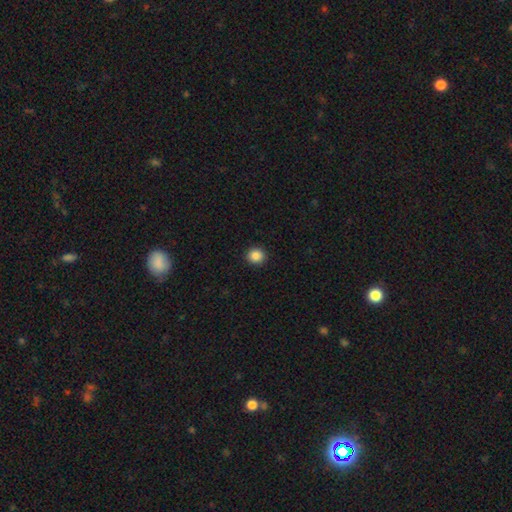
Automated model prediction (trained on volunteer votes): smooth-or-featured: smooth: 86% | star or artifact: 10% | featured or disk: 4%
  how-rounded: round: 89% | in between: 10% | cigar-shaped: 1%
  merging: none: 92% | minor disturbance: 5% | major disturbance: 2% | merger: 1%